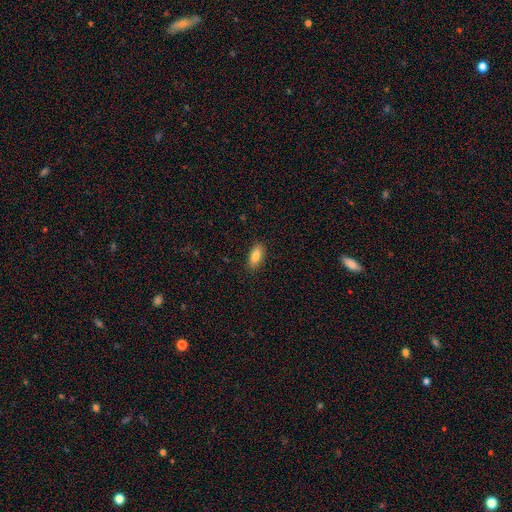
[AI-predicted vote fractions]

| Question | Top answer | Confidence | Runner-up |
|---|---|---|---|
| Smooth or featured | smooth | 83% | featured or disk (10%) |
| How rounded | in between | 88% | cigar-shaped (9%) |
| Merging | none | 88% | minor disturbance (9%) |